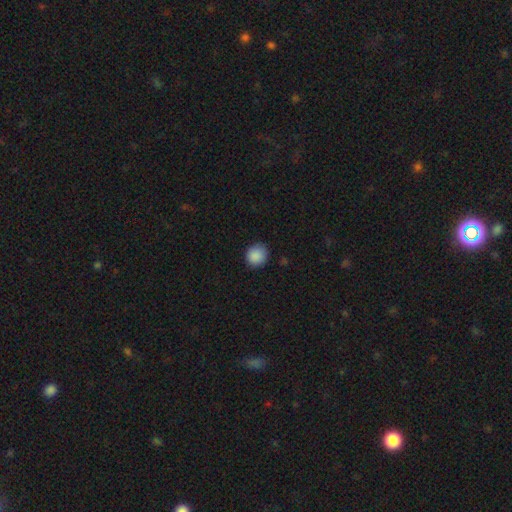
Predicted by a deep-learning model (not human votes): Morphology: type=smooth (89%); roundness=round (88%); merging=none (87%).